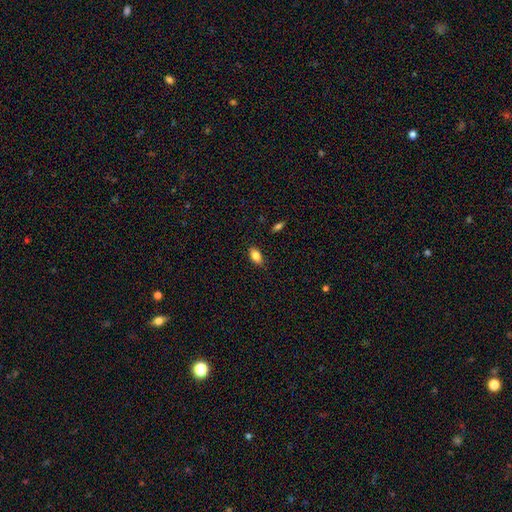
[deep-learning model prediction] This appears to be a smooth galaxy with no disk features (84%) that is in between round and cigar-shaped (88%). Merging: none (85%).